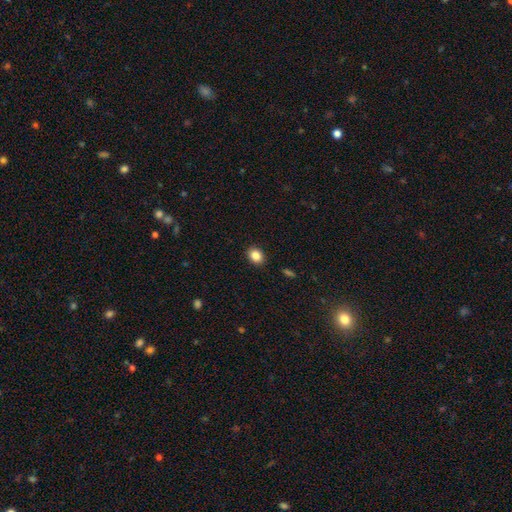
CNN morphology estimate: Smooth or featured? smooth (86%)
How rounded? in between (57%)
Merging? none (90%)